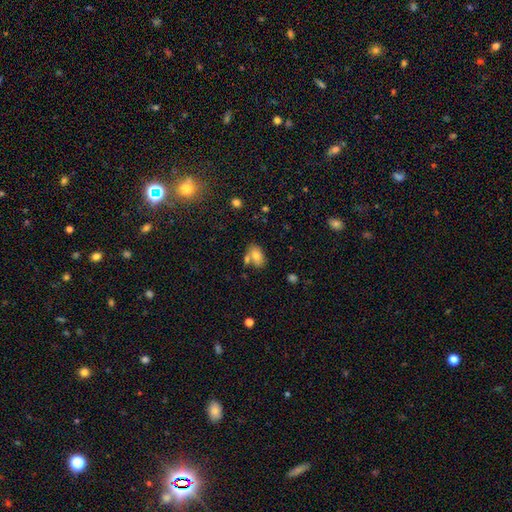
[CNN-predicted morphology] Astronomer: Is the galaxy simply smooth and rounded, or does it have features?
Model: smooth — 77%.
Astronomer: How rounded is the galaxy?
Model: in between — 89%.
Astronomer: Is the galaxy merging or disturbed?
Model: none — 56%.